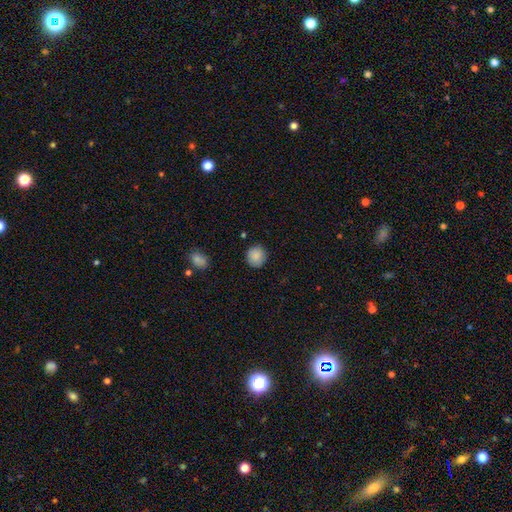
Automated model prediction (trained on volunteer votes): A smooth galaxy with no disk features (88%) that is round (92%).

Vote fractions:
- Smooth or featured? smooth: 88% / star or artifact: 8% / featured or disk: 4%
- How rounded? round: 92% / in between: 7% / cigar-shaped: 1%
- Merging? none: 88% / minor disturbance: 8% / major disturbance: 2% / merger: 1%